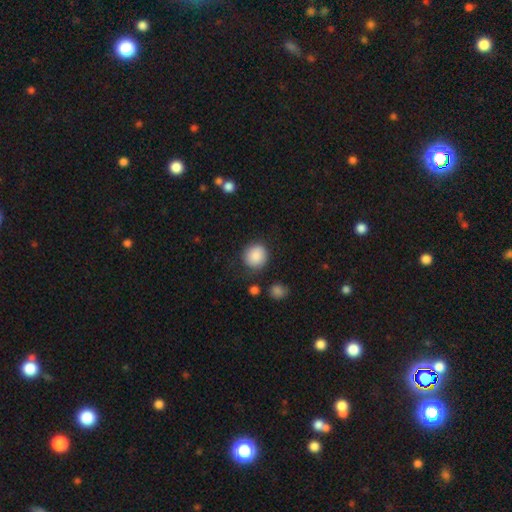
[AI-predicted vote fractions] This is clearly a smooth galaxy (88%). How rounded: clearly round (88%). Merging: clearly none (80%).